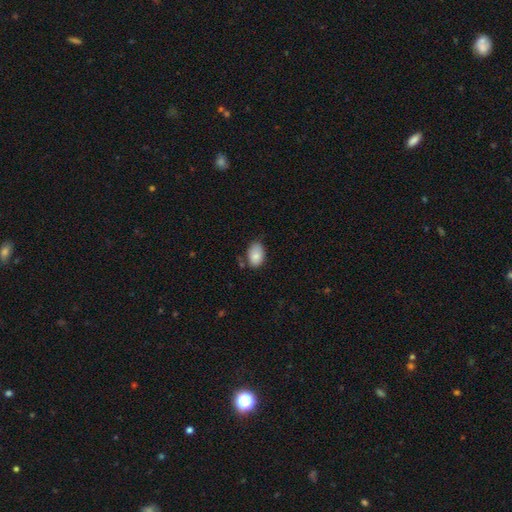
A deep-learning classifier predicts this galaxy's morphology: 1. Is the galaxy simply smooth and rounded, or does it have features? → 84% smooth, 9% featured or disk, 7% star or artifact.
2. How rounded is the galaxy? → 88% in between, 11% round, 1% cigar-shaped.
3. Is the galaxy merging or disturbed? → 65% none, 25% minor disturbance, 5% merger, 5% major disturbance.